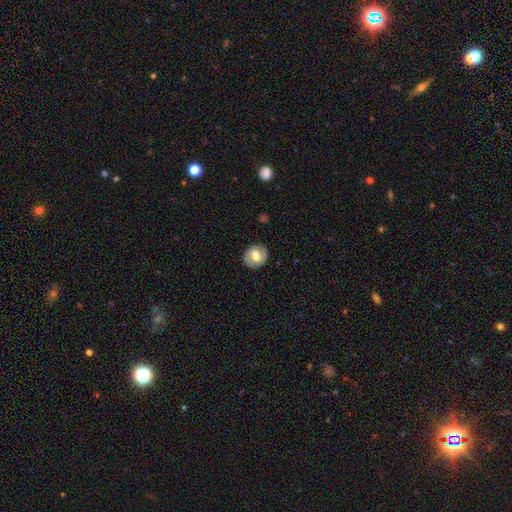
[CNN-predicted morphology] type=smooth (48%); merging=none (85%).